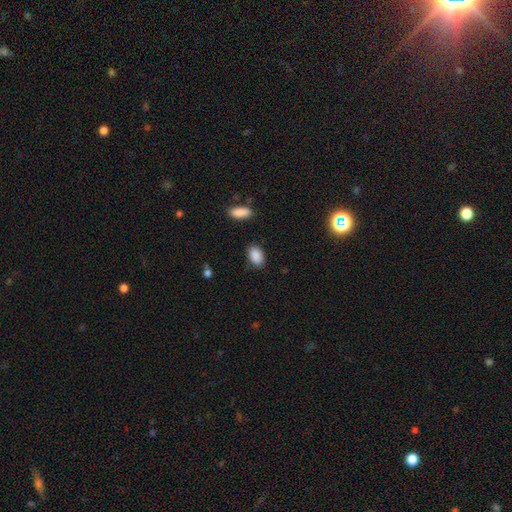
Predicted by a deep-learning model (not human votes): A smooth galaxy with no disk features (89%) that is in between round and cigar-shaped (89%).

Vote fractions:
- Smooth or featured? smooth: 89% / star or artifact: 7% / featured or disk: 4%
- How rounded? in between: 89% / round: 10% / cigar-shaped: 2%
- Merging? none: 84% / minor disturbance: 11% / major disturbance: 3% / merger: 2%